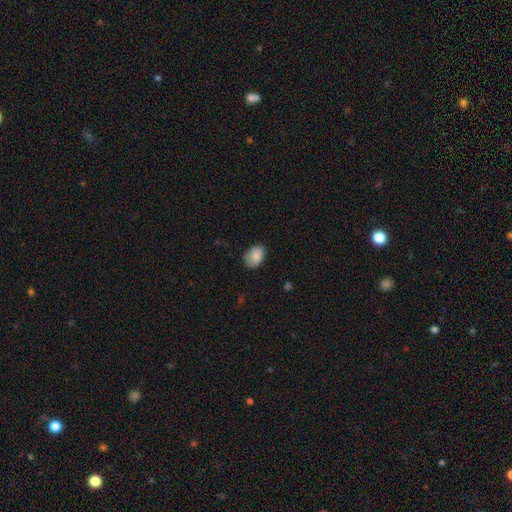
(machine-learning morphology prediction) smooth 87%, star or artifact 7%, featured or disk 6%. Down the decision tree: how rounded — in between (79%); merging — none (75%).